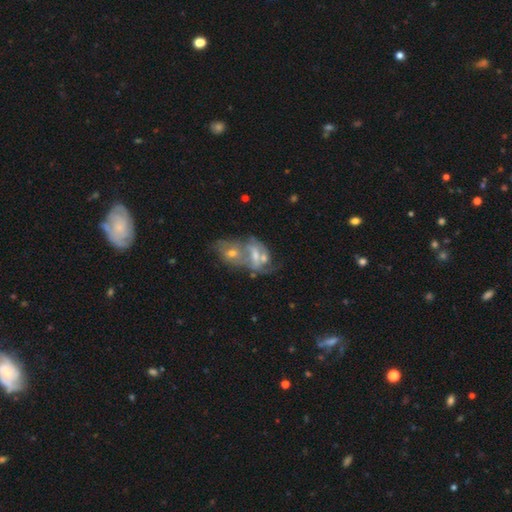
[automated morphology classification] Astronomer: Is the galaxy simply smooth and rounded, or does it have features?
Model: featured or disk — 63%.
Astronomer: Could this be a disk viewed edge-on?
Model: no — 95%.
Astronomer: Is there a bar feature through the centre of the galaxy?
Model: no — 49% (runner-up: weak, 35%).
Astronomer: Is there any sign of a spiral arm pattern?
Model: yes — 56% (runner-up: no, 44%).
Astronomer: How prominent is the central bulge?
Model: moderate — 43% (runner-up: small, 36%).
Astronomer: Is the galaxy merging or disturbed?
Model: merger — 65%.